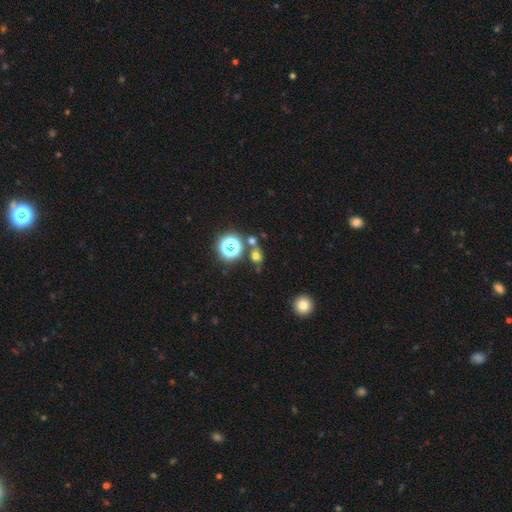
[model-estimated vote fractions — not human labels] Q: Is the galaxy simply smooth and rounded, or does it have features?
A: smooth — 56%.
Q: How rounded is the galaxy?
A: round — 63%.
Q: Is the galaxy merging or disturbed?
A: none — 63%.